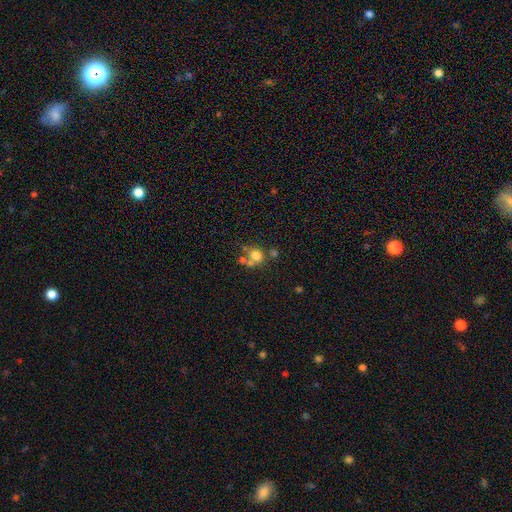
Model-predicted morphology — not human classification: This appears to be a smooth galaxy with no disk features (72%) that is round (75%). Merging: none (47%).